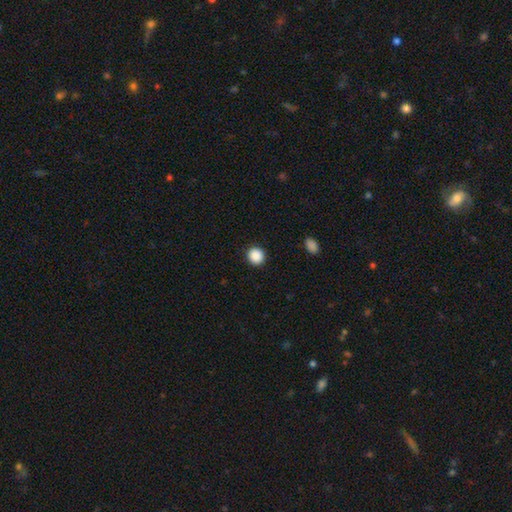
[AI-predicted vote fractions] This is clearly a smooth galaxy (89%). How rounded: clearly round (92%). Merging: clearly none (92%).